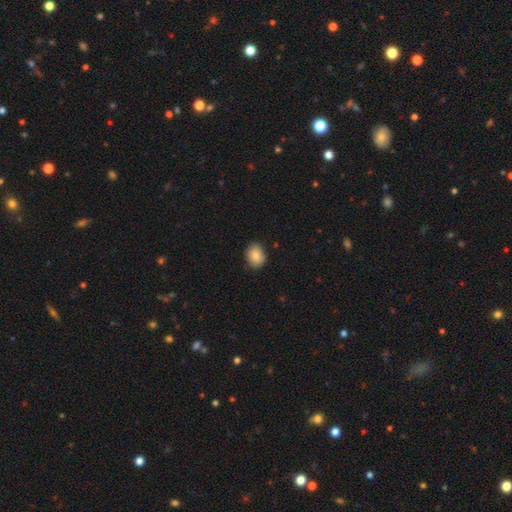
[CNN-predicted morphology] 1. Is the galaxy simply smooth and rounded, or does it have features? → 84% smooth, 8% featured or disk, 8% star or artifact.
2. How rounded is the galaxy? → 55% in between, 44% round, 1% cigar-shaped.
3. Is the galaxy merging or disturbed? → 81% none, 15% minor disturbance, 2% major disturbance, 1% merger.